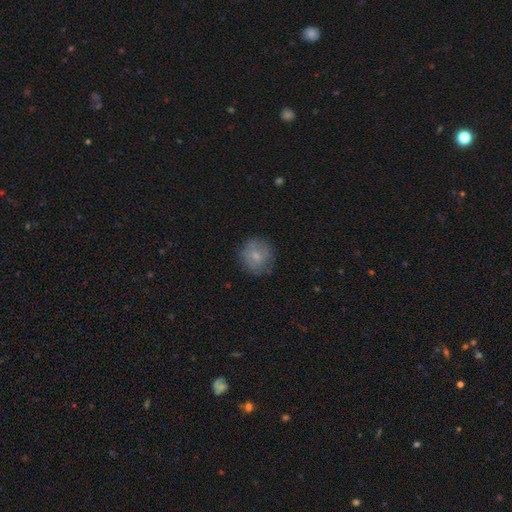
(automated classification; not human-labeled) Morphology: type=smooth (69%); roundness=round (87%); merging=none (76%).